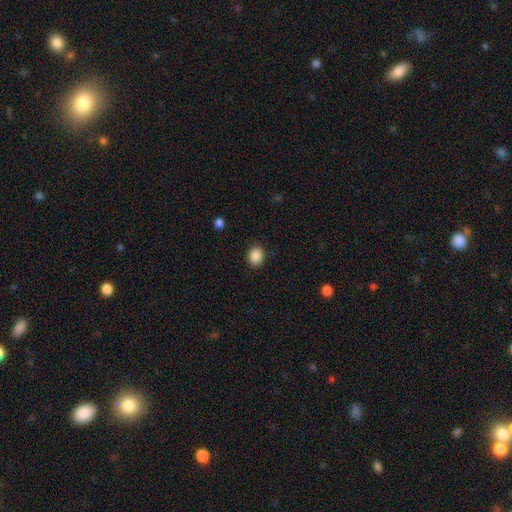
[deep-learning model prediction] smooth 88%, star or artifact 9%, featured or disk 3%. Down the decision tree: how rounded — in between (50%); merging — none (89%).